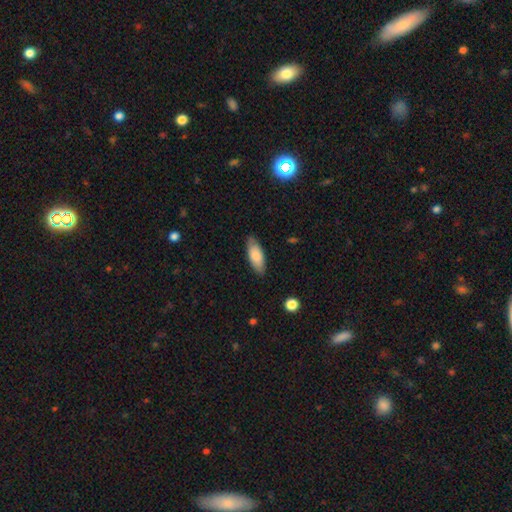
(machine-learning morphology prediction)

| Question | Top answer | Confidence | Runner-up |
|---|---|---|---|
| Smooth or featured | smooth | 81% | featured or disk (14%) |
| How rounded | in between | 77% | cigar-shaped (21%) |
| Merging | none | 83% | minor disturbance (13%) |